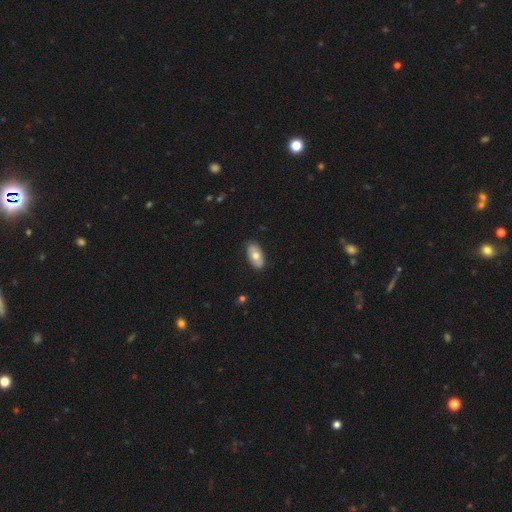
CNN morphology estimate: type=smooth (64%); roundness=in between (92%); merging=none (82%).